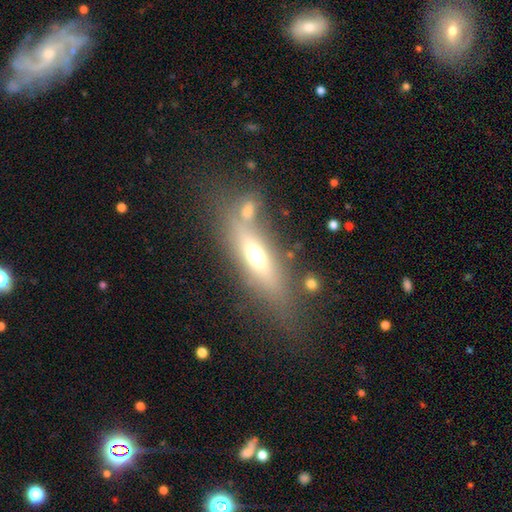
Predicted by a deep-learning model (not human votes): Overall: smooth (46%; featured or disk 44%). Merging: none (60%).